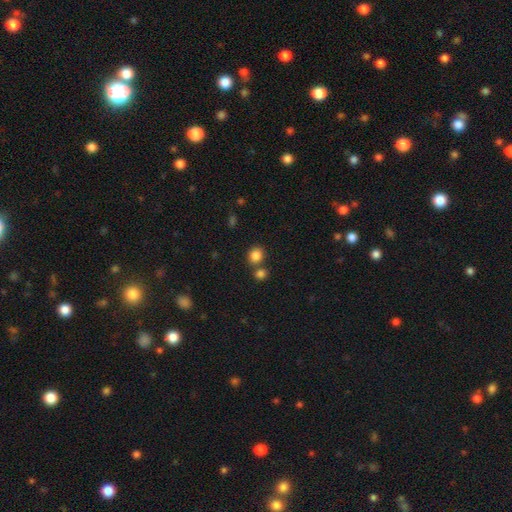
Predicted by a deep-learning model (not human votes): smooth-or-featured: smooth: 84% | star or artifact: 11% | featured or disk: 5%
  how-rounded: round: 76% | in between: 23% | cigar-shaped: 1%
  merging: none: 66% | merger: 23% | minor disturbance: 8% | major disturbance: 3%